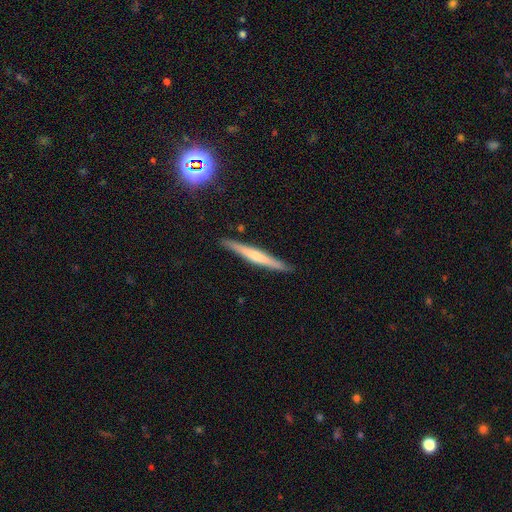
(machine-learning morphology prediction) Overall: featured or disk (52%; smooth 41%). Edge-on disk: yes (96%). Merging: none (90%).